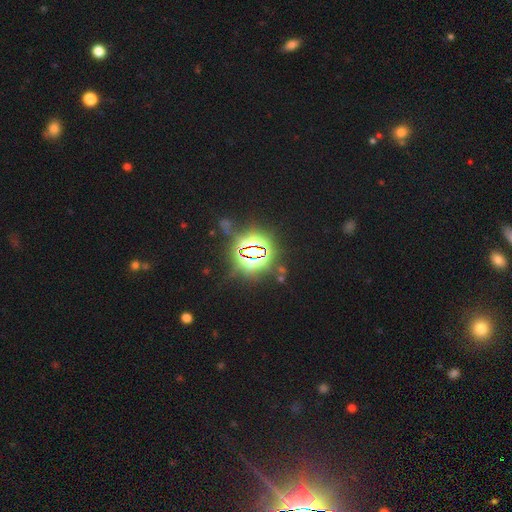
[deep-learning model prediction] Overall: star or artifact (84%).